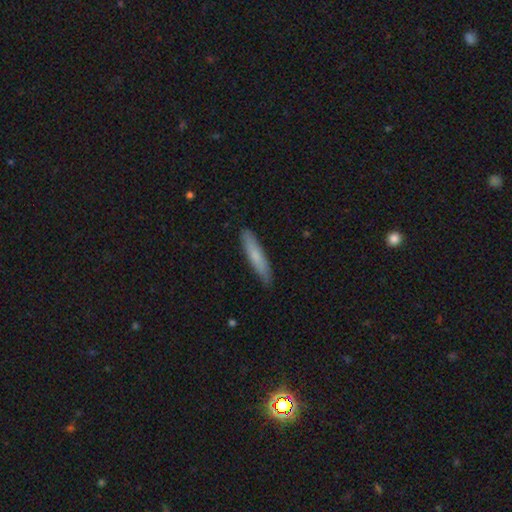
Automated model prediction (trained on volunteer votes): Overall: smooth (75%). How rounded: cigar-shaped (90%). Merging: none (87%).